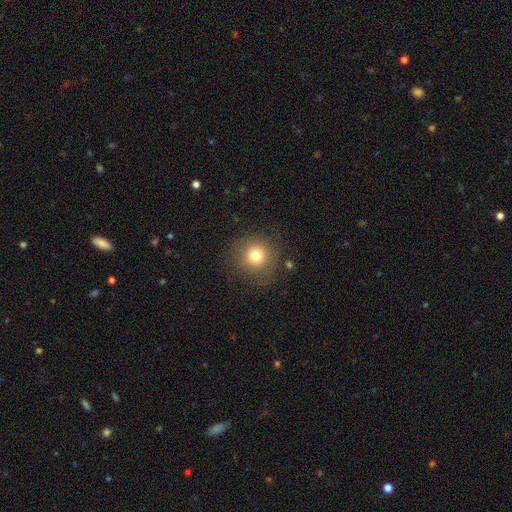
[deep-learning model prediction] Overall: smooth (76%). How rounded: round (92%). Merging: none (83%).